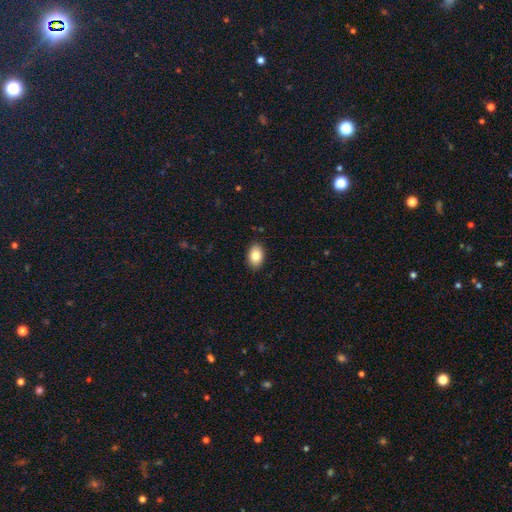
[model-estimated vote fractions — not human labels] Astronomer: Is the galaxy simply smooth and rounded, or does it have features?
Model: smooth — 83%.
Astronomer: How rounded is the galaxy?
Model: in between — 85%.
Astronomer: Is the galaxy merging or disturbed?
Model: none — 89%.